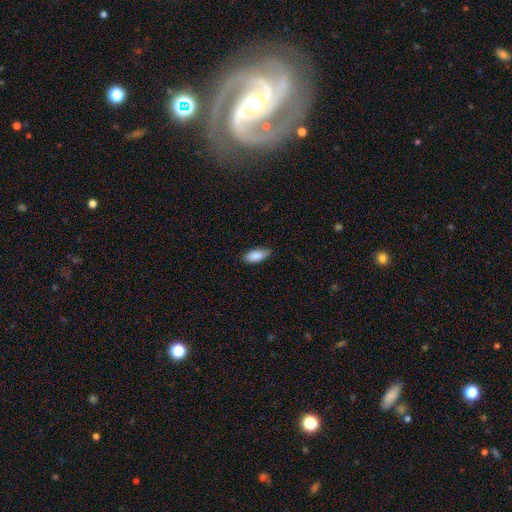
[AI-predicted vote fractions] A smooth galaxy with no disk features (88%) that is in between round and cigar-shaped (86%). Merging: none (81%).